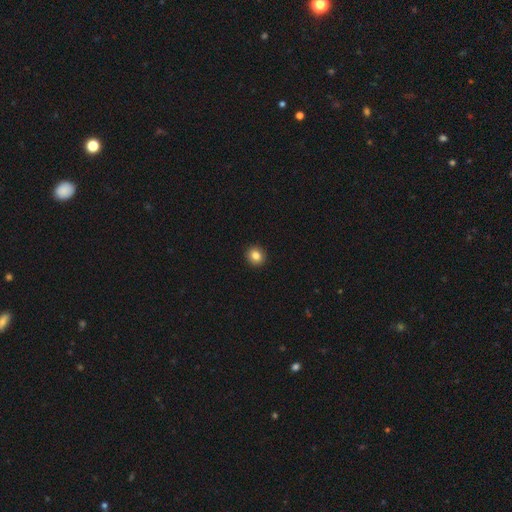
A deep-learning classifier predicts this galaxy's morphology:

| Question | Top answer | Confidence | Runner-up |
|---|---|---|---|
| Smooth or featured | smooth | 84% | star or artifact (10%) |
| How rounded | round | 86% | in between (13%) |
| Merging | none | 93% | minor disturbance (4%) |